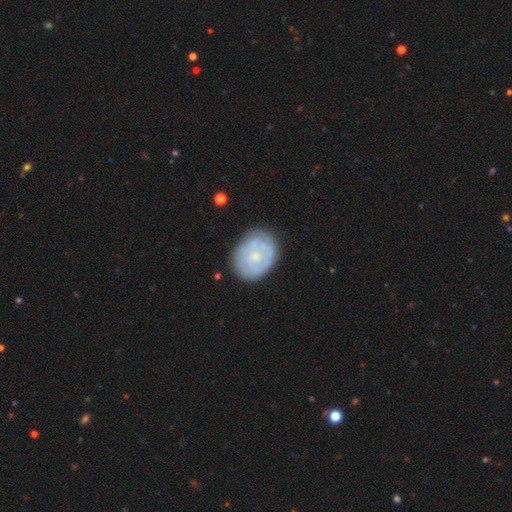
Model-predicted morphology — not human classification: The model was most divided on "spiral arms": yes: 61%, no: 39%. More confident: edge-on disk — no (97%); bar — no (79%); merging — none (76%); bulge size — small (61%); smooth or featured — featured or disk (60%).